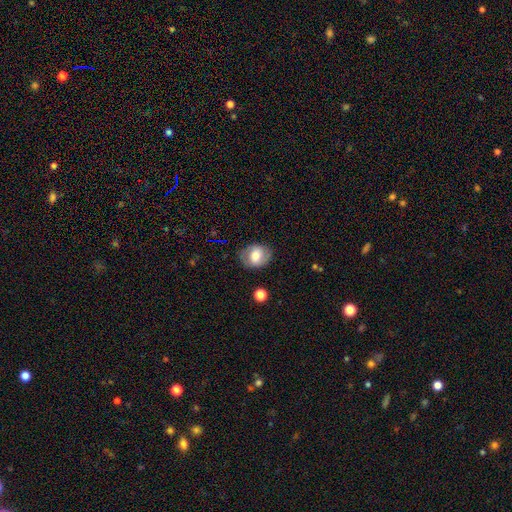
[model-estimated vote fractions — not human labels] The model was most divided on "how rounded": round: 50%, in between: 49%, cigar-shaped: 1%. More confident: merging — none (80%); smooth or featured — smooth (59%).